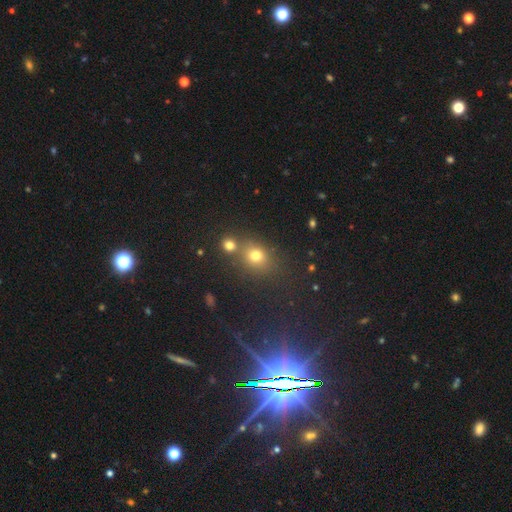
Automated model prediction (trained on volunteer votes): Smooth or featured? smooth (72%)
How rounded? round (67%)
Merging? none (61%)